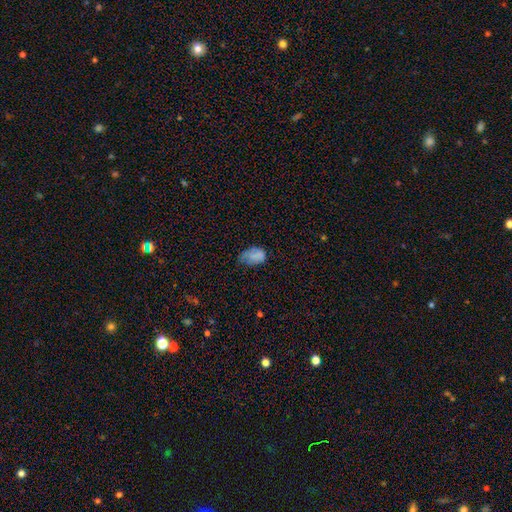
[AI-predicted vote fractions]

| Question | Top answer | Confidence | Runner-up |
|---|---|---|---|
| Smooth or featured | smooth | 76% | featured or disk (12%) |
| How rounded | in between | 85% | round (14%) |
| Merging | minor disturbance | 43% | none (36%) |